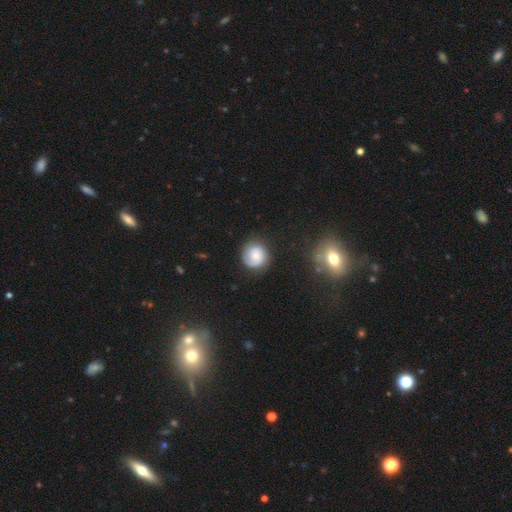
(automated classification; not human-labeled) smooth-or-featured: featured or disk: 46% (tied) | smooth: 46% (tied) | star or artifact: 8%
  merging: none: 76% | minor disturbance: 16% | major disturbance: 6% | merger: 2%